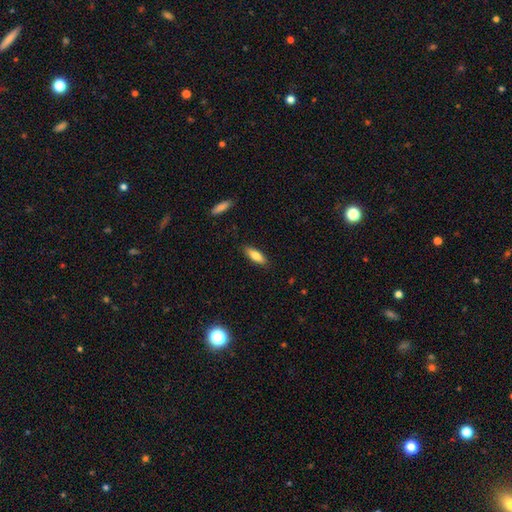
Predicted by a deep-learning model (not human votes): Smooth or featured?
  - smooth: 77% *
  - featured or disk: 17%
  - star or artifact: 7%
How rounded?
  - in between: 55% *
  - cigar-shaped: 44%
  - round: 2%
Merging?
  - none: 86% *
  - minor disturbance: 10%
  - major disturbance: 2%
  - merger: 1%